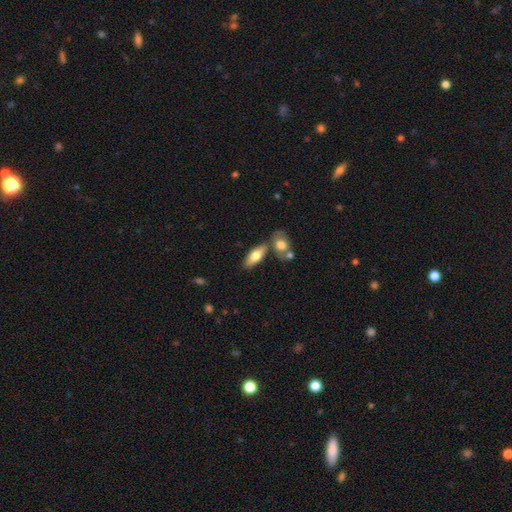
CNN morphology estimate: type=smooth (66%); roundness=in between (73%); merging=none (65%).